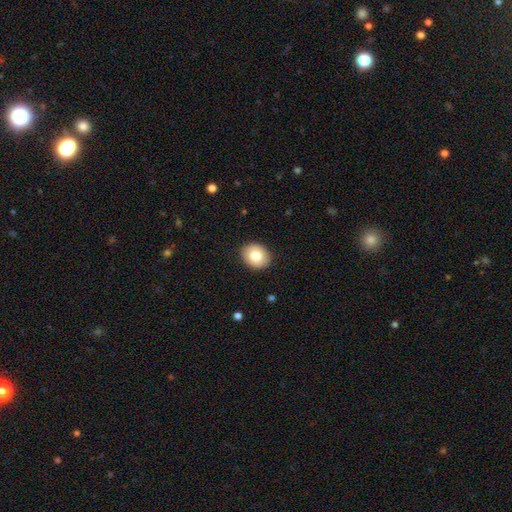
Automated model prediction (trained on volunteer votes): A smooth galaxy with no disk features (81%) that is in between round and cigar-shaped (51%). Merging: none (89%).